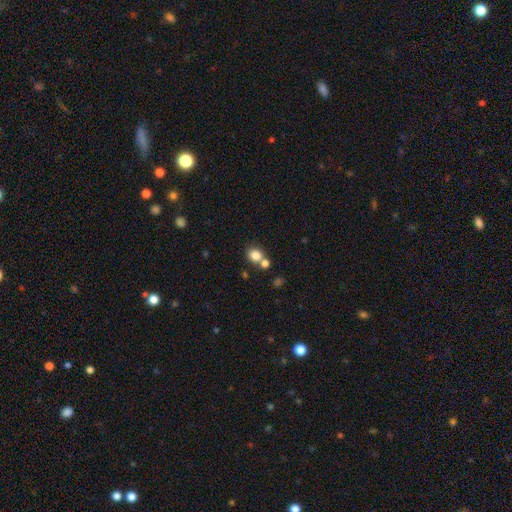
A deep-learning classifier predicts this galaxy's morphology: A smooth galaxy with no disk features (81%) that is round (71%). Merging: none (56%).